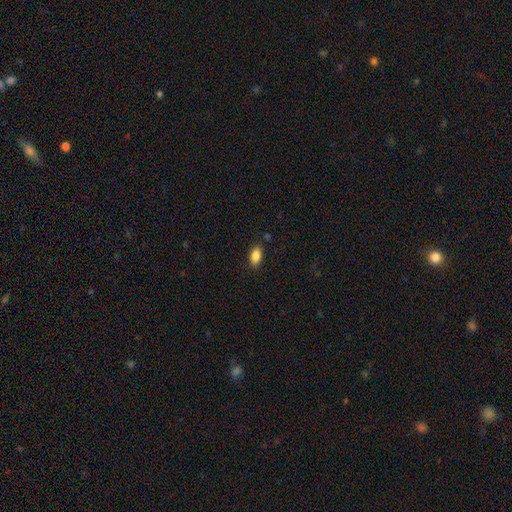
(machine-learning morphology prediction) Smooth or featured? smooth (87%)
How rounded? in between (91%)
Merging? none (85%)